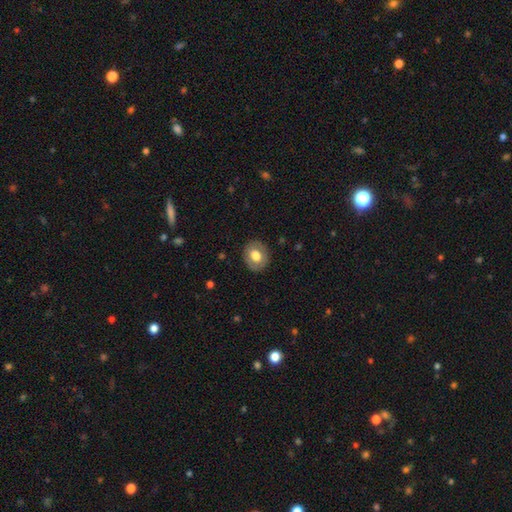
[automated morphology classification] type=smooth (67%); roundness=round (67%); merging=none (86%).